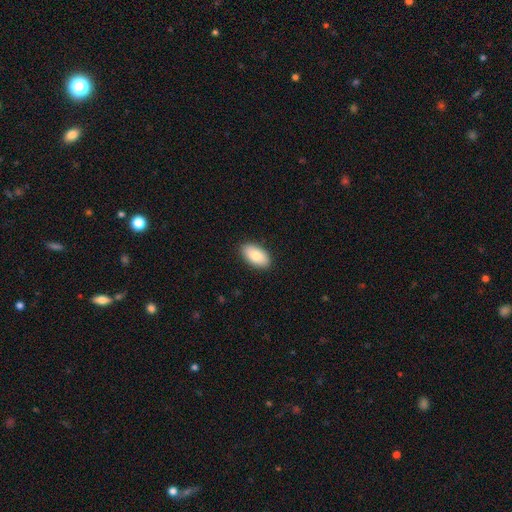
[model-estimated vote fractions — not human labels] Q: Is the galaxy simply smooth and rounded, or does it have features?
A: smooth — 83%.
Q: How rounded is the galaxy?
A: in between — 95%.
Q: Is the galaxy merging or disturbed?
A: none — 89%.